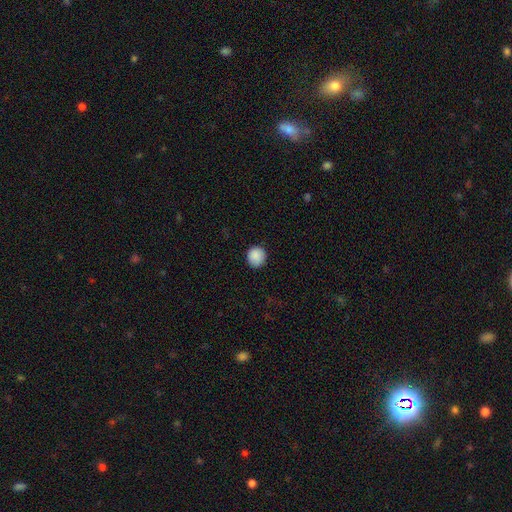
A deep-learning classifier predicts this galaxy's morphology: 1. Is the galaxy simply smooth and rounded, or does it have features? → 89% smooth, 8% star or artifact, 3% featured or disk.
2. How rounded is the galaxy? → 93% round, 7% in between, 1% cigar-shaped.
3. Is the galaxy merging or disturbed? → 88% none, 9% minor disturbance, 2% major disturbance, 1% merger.